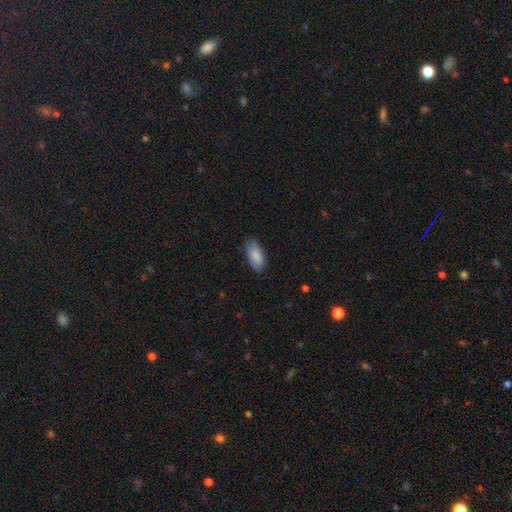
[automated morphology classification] This appears to be a smooth galaxy with no disk features (84%) that is in between round and cigar-shaped (91%). Merging: none (80%).